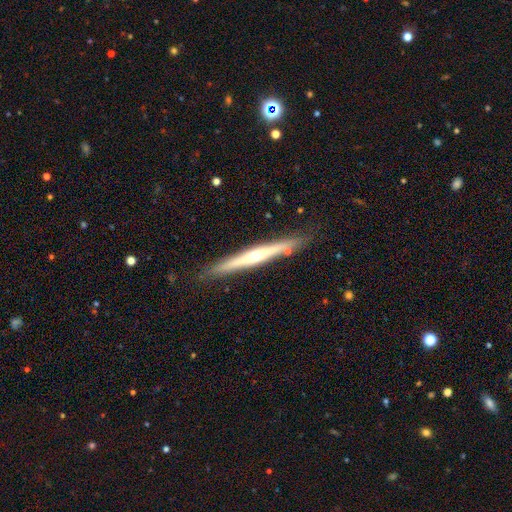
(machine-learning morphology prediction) Q: Smooth or featured?
A: featured or disk (73%); runner-up: smooth (21%)
Q: Edge-on disk?
A: yes (95%); runner-up: no (5%)
Q: Edge-on bulge?
A: rounded (74%); runner-up: none (22%)
Q: Merging?
A: none (86%); runner-up: minor disturbance (11%)